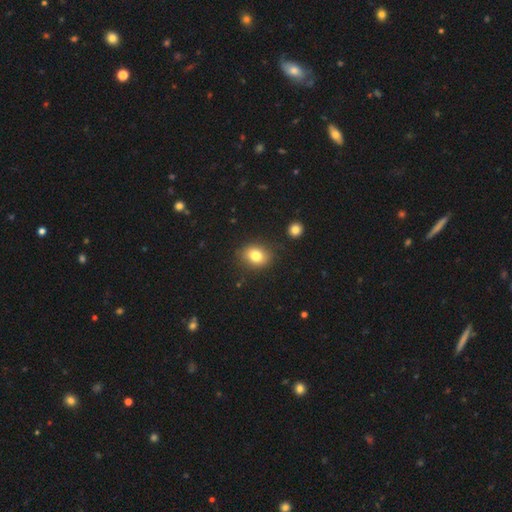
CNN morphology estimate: smooth_or_featured: smooth (p=0.80) [alt: star or artifact p=0.11]
how_rounded: in between (p=0.52) [alt: round p=0.47]
merging: none (p=0.84) [alt: minor disturbance p=0.10]